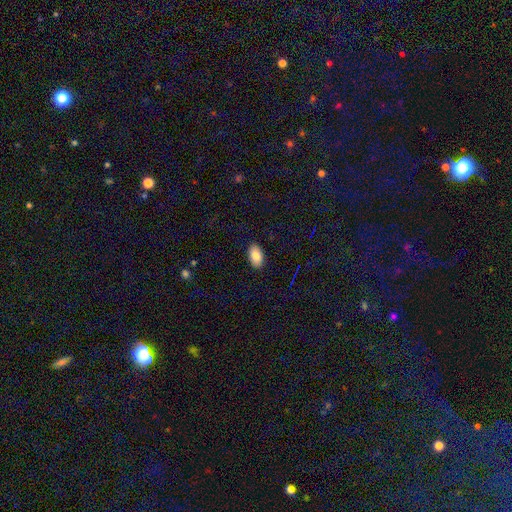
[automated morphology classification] type=smooth (84%); roundness=in between (95%); merging=none (89%).